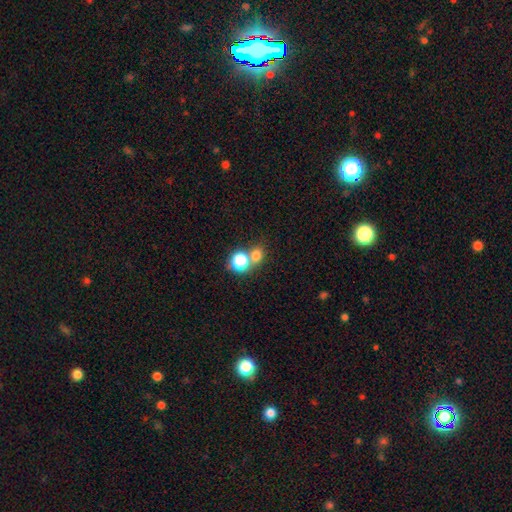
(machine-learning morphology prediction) type=smooth (74%); roundness=round (73%); merging=none (47%).